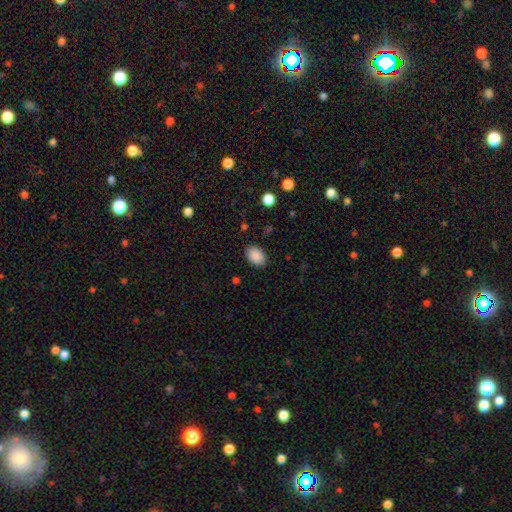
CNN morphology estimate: The model was most divided on "how rounded": in between: 82%, round: 17%, cigar-shaped: 1%. More confident: smooth or featured — smooth (89%); merging — none (87%).